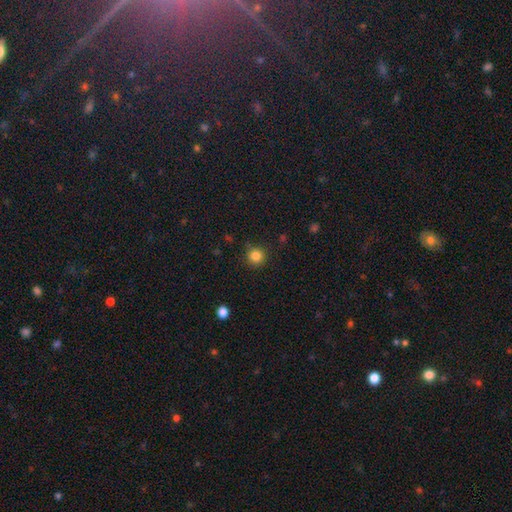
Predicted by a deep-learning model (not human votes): Morphology: type=smooth (84%); roundness=round (94%); merging=none (88%).